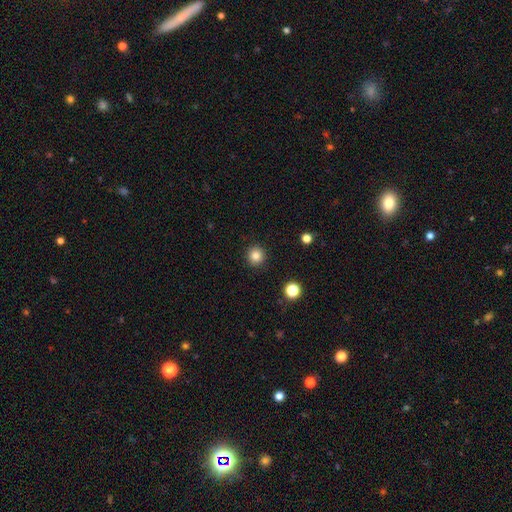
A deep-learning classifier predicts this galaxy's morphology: A smooth galaxy with no disk features (84%) that is round (94%). Merging: none (92%).